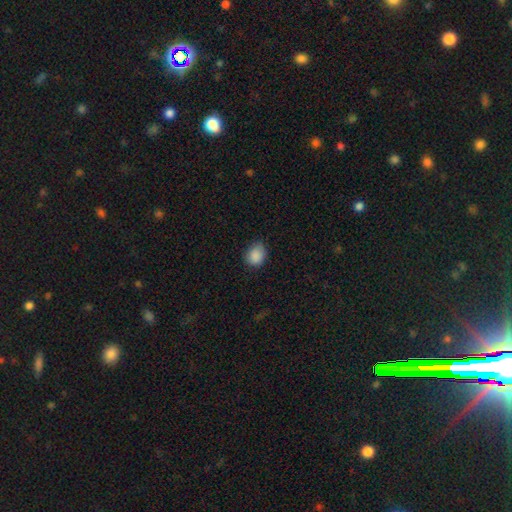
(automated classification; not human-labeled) Morphology: type=smooth (88%); roundness=round (55%); merging=none (73%).